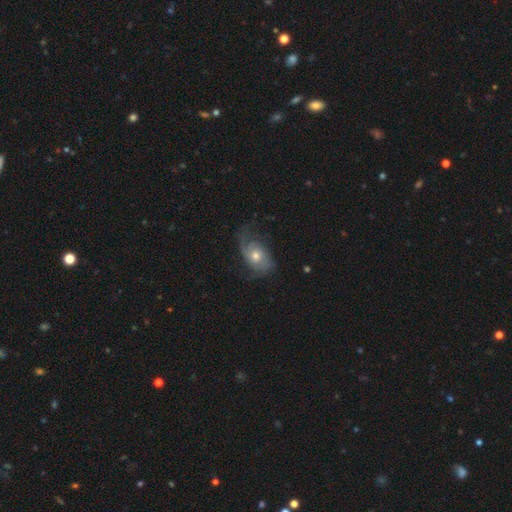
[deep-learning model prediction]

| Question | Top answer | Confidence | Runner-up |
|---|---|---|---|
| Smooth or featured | featured or disk | 65% | smooth (27%) |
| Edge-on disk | no | 95% | yes (5%) |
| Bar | no | 77% | weak (19%) |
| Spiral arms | yes | 87% | no (13%) |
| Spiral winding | loose | 38% | tied: medium (38%) |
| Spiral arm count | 2 | 56% | 1 (21%) |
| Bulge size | moderate | 68% | small (22%) |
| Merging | none | 52% | minor disturbance (26%) |